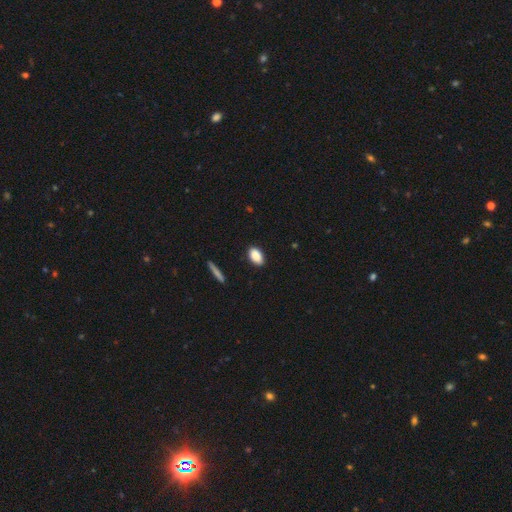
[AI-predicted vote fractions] smooth_or_featured: smooth (p=0.88) [alt: star or artifact p=0.07]
how_rounded: in between (p=0.90) [alt: round p=0.07]
merging: none (p=0.87) [alt: minor disturbance p=0.10]